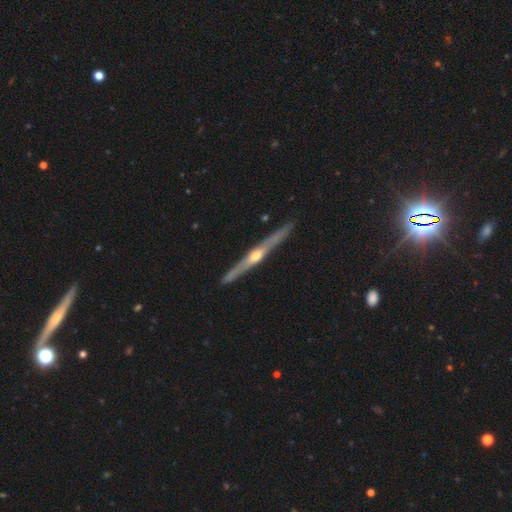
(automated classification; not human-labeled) Smooth or featured? Predicted: featured or disk (p=0.80). Edge-on disk? Predicted: yes (p=0.98). Edge-on bulge? Predicted: rounded (p=0.91). Merging? Predicted: none (p=0.91).